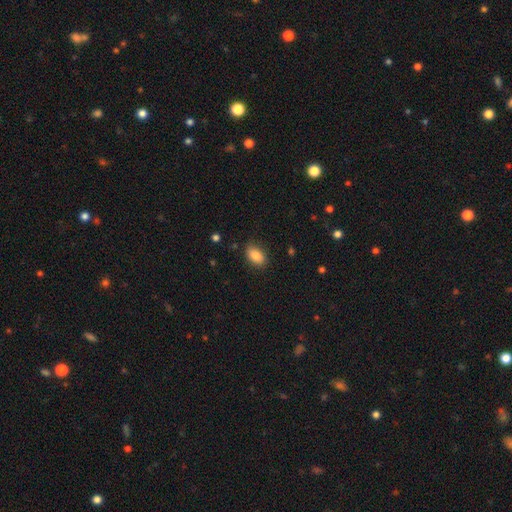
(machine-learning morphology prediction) Q: Smooth or featured?
A: smooth (85%); runner-up: star or artifact (8%)
Q: How rounded?
A: in between (90%); runner-up: round (8%)
Q: Merging?
A: none (82%); runner-up: minor disturbance (14%)